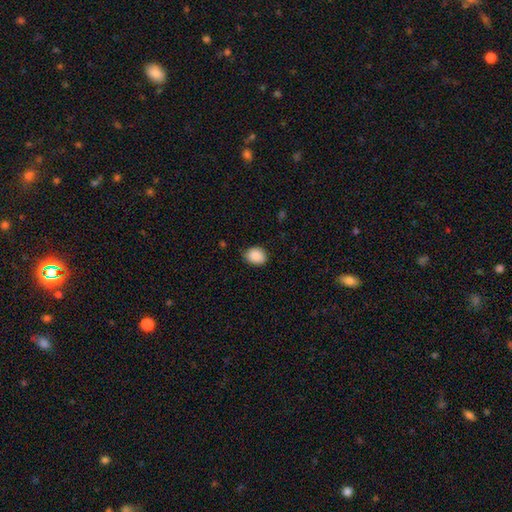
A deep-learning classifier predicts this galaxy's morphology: type=smooth (89%); roundness=in between (59%); merging=none (82%).